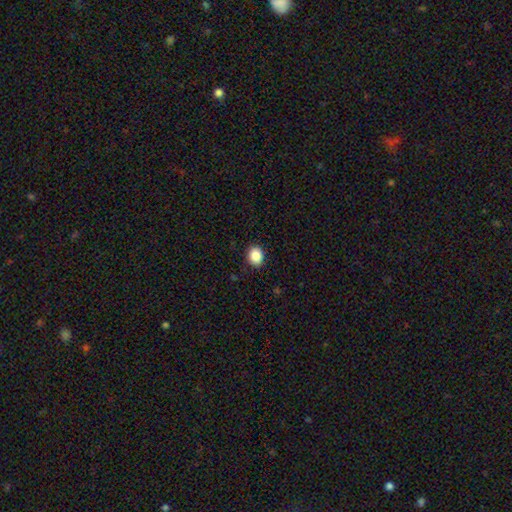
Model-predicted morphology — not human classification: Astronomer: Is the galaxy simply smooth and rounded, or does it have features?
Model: smooth — 87%.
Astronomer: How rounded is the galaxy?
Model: round — 61% (runner-up: in between, 38%).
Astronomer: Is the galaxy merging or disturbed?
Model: none — 89%.